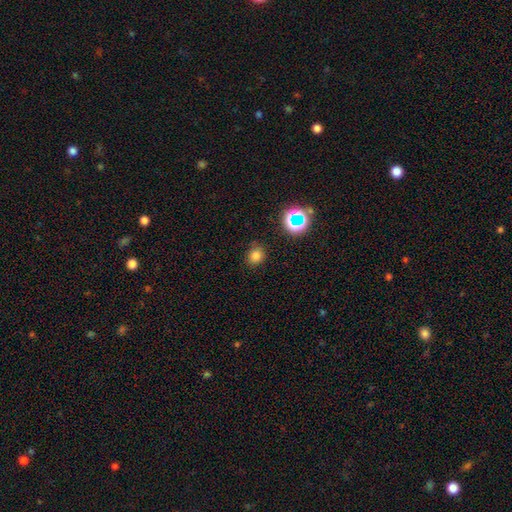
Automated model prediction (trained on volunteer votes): smooth_or_featured: smooth (p=0.76) [alt: star or artifact p=0.18]
how_rounded: round (p=0.72) [alt: in between p=0.27]
merging: none (p=0.83) [alt: minor disturbance p=0.12]